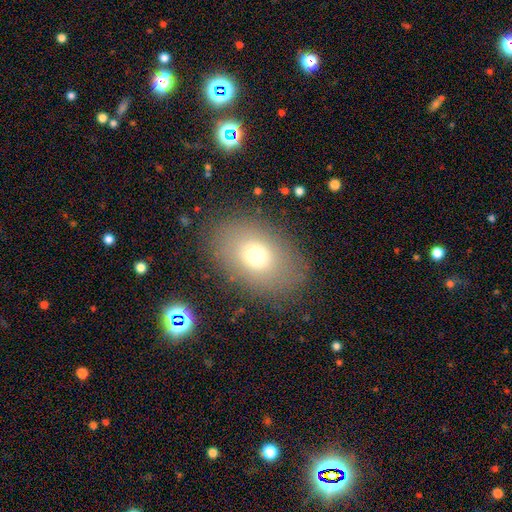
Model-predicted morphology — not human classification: Smooth or featured? smooth (68%)
How rounded? in between (76%)
Merging? none (82%)